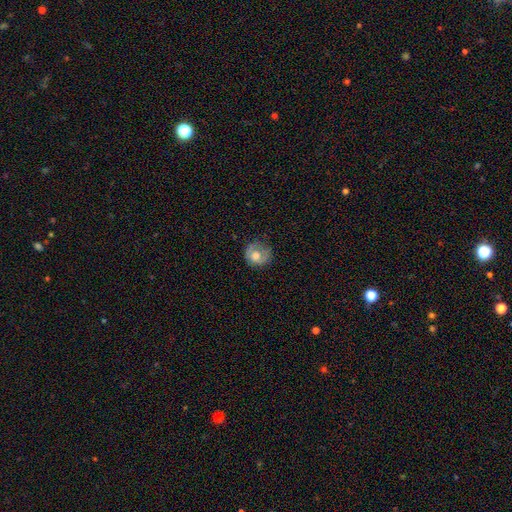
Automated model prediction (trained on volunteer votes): Smooth or featured?
  - smooth: 61% *
  - featured or disk: 30%
  - star or artifact: 8%
How rounded?
  - round: 81% *
  - in between: 18%
  - cigar-shaped: 1%
Merging?
  - none: 62% *
  - minor disturbance: 25%
  - major disturbance: 12%
  - merger: 1%